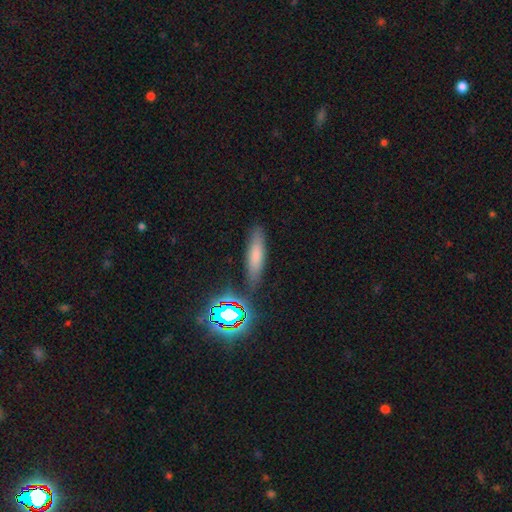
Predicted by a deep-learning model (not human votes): smooth_or_featured: smooth (p=0.68) [alt: featured or disk p=0.16]
how_rounded: cigar-shaped (p=0.71) [alt: in between p=0.26]
merging: none (p=0.82) [alt: minor disturbance p=0.11]